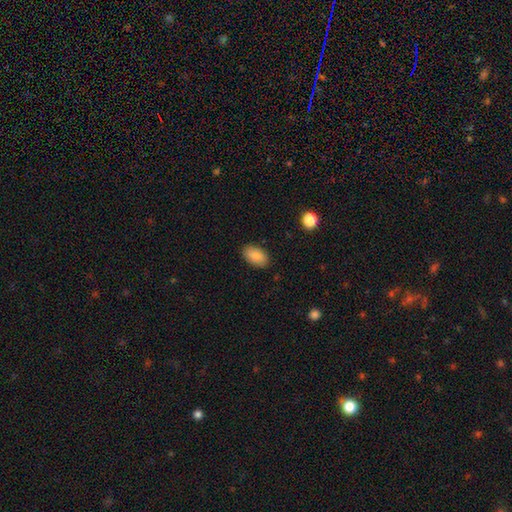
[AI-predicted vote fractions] smooth 88%, star or artifact 7%, featured or disk 5%. Down the decision tree: how rounded — in between (93%); merging — none (87%).